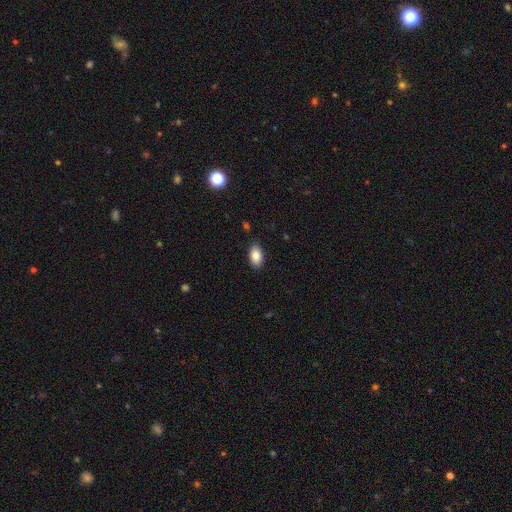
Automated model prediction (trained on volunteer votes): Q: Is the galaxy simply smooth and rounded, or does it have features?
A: smooth — 84%.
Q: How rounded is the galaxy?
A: in between — 93%.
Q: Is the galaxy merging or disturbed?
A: none — 86%.